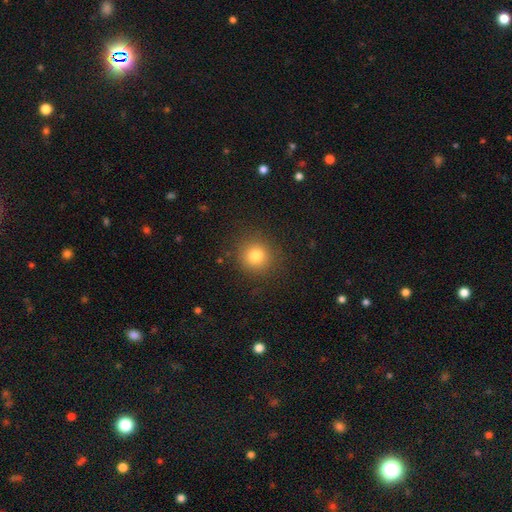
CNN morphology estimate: smooth_or_featured: smooth (p=0.79) [alt: star or artifact p=0.13]
how_rounded: round (p=0.91) [alt: in between p=0.08]
merging: none (p=0.88) [alt: minor disturbance p=0.07]